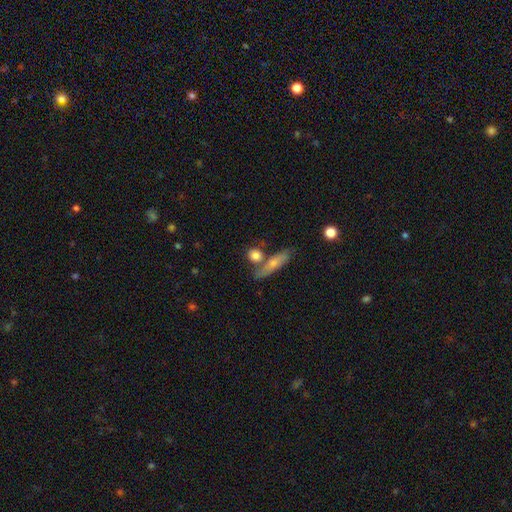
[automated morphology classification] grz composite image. It shows a smooth galaxy with no disk features (77%) that is round (61%). Merging: none (57%).